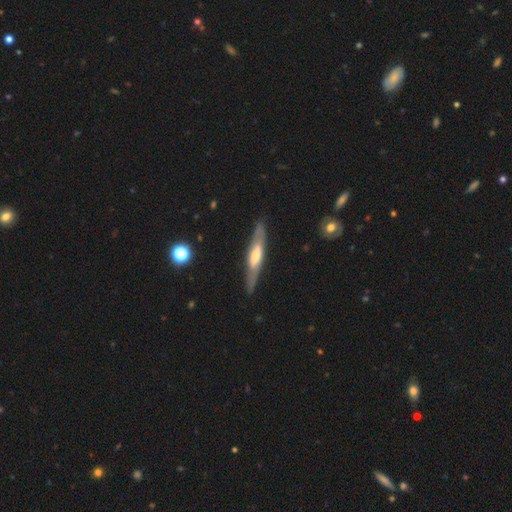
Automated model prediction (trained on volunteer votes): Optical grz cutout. It shows a featured or disk galaxy (62%) viewed edge-on (76%). Merging: none (82%).